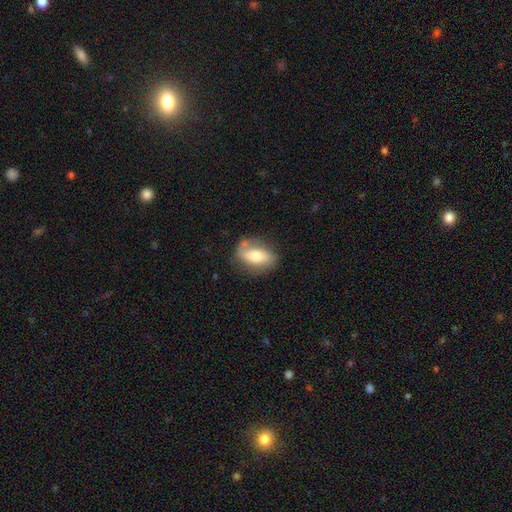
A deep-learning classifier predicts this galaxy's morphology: Overall: smooth (54%; featured or disk 40%). How rounded: in between (82%). Merging: none (65%).